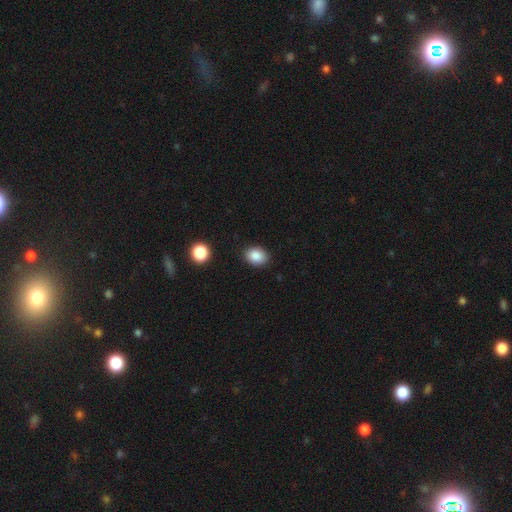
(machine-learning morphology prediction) Overall: smooth (87%). How rounded: in between (63%; round 36%). Merging: none (86%).